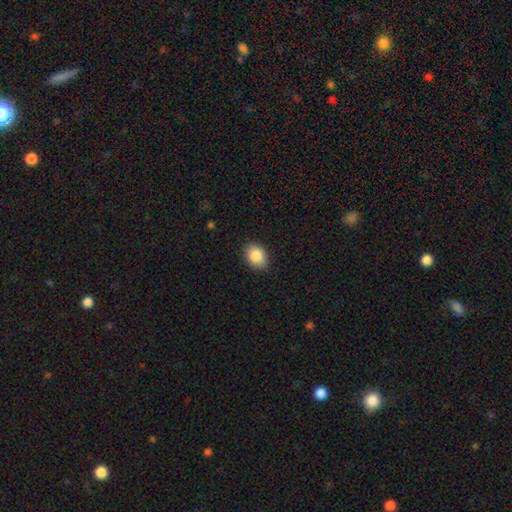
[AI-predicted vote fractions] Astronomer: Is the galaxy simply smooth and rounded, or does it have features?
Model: smooth — 87%.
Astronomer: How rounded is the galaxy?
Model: in between — 72%.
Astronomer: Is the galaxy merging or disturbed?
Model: none — 87%.